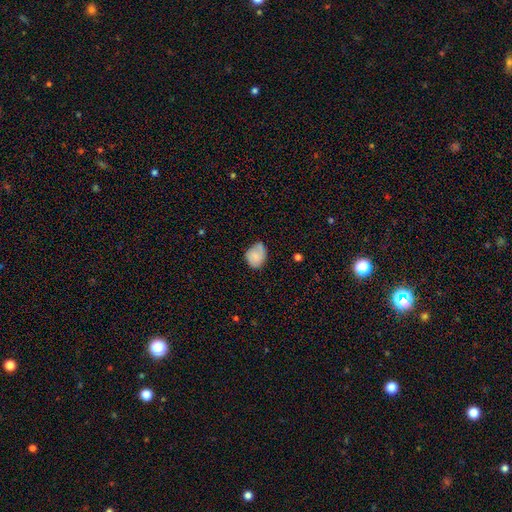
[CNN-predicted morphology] A smooth galaxy with no disk features (78%) that is in between round and cigar-shaped (54%).

Vote fractions:
- Smooth or featured? smooth: 78% / featured or disk: 14% / star or artifact: 8%
- How rounded? in between: 54% / round: 45% / cigar-shaped: 1%
- Merging? none: 47% / minor disturbance: 41% / major disturbance: 10% / merger: 3%